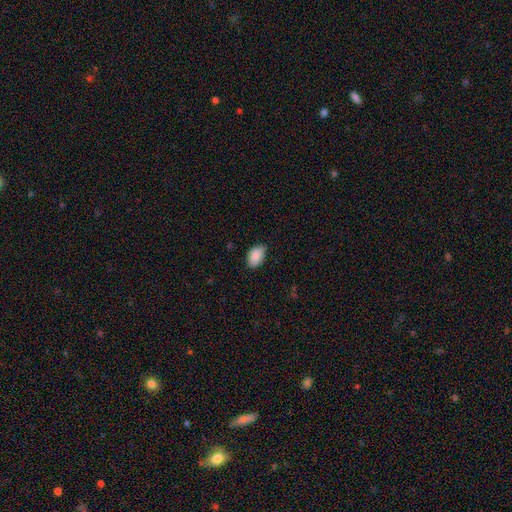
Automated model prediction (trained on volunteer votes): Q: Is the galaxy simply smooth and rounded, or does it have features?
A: smooth — 89%.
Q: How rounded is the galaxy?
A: in between — 90%.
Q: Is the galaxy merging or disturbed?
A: none — 73%.